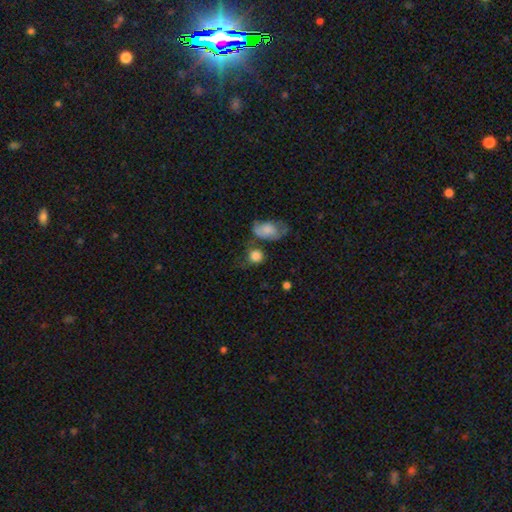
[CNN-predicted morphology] smooth_or_featured: smooth (p=0.81) [alt: featured or disk p=0.10]
how_rounded: round (p=0.79) [alt: in between p=0.20]
merging: none (p=0.54) [alt: minor disturbance p=0.19]